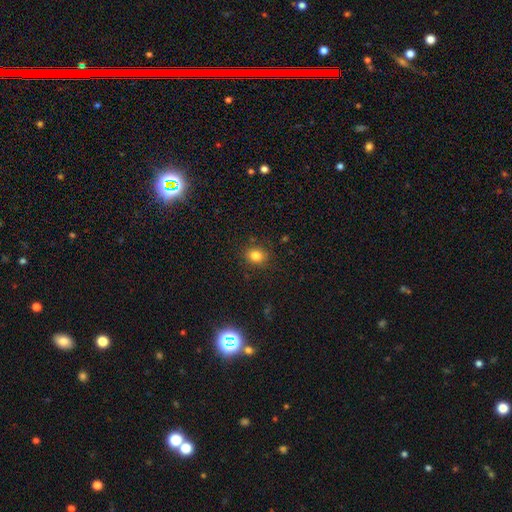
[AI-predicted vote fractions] Smooth or featured? Predicted: smooth (p=0.82). How rounded? Predicted: round (p=0.63). Merging? Predicted: none (p=0.85).